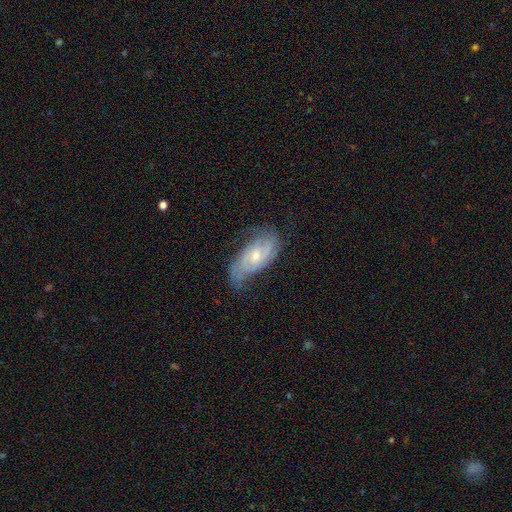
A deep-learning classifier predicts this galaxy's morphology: This appears to be a featured or disk galaxy (77%) with no bar (62%), 2 (46%) tight (46%) spiral arms (91%) and a small central bulge (52%). Merging: none (59%).